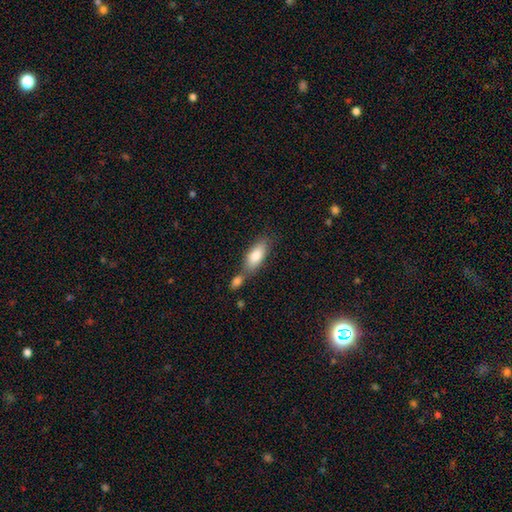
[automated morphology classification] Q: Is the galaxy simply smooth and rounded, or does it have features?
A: smooth — 82%.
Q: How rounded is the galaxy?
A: in between — 78%.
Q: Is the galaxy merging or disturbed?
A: none — 49%.